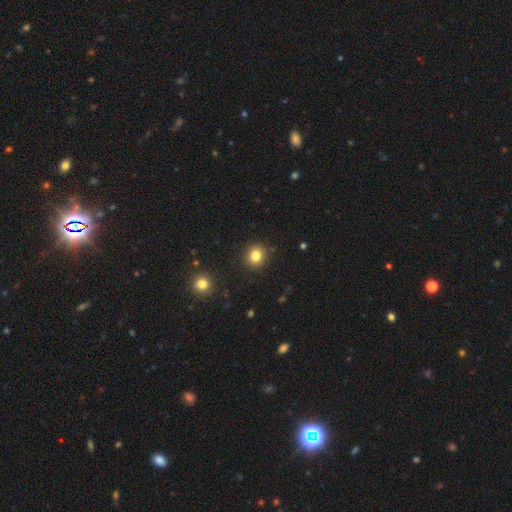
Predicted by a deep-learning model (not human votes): Smooth or featured? smooth (82%)
How rounded? round (83%)
Merging? none (89%)